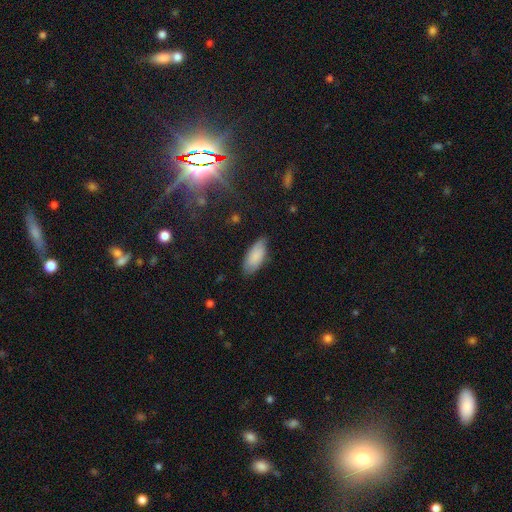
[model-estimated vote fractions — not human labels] Morphology: type=smooth (84%); roundness=in between (87%); merging=none (76%).